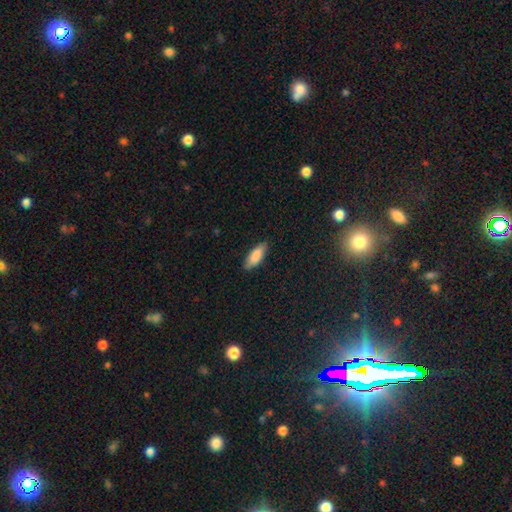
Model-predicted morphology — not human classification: Smooth or featured?
  - smooth: 86% *
  - featured or disk: 8%
  - star or artifact: 6%
How rounded?
  - in between: 69% *
  - cigar-shaped: 30%
  - round: 2%
Merging?
  - none: 84% *
  - minor disturbance: 13%
  - major disturbance: 2%
  - merger: 1%